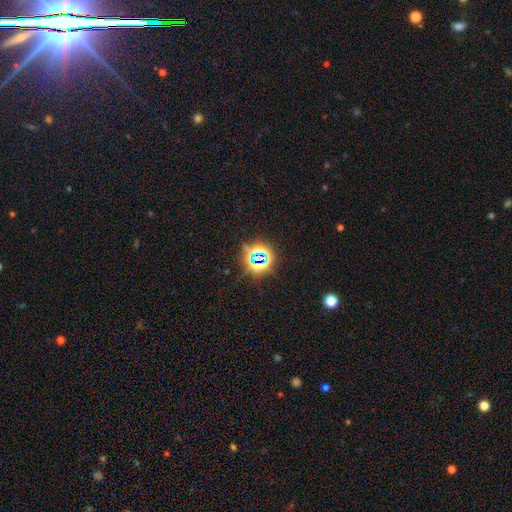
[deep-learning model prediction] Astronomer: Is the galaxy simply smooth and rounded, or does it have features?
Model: star or artifact — 75%.